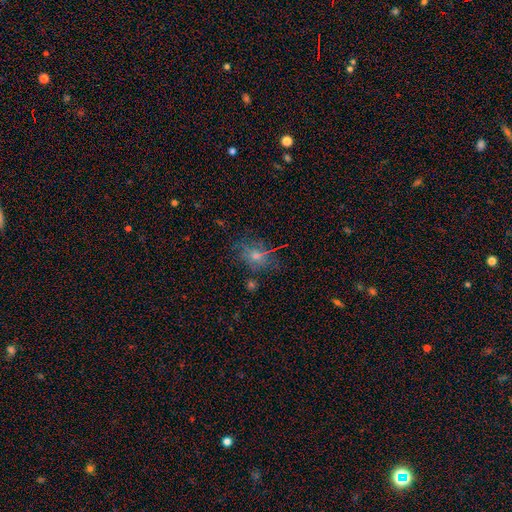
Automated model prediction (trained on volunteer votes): Q: Smooth or featured?
A: smooth (45%); runner-up: featured or disk (29%)
Q: Merging?
A: none (67%); runner-up: minor disturbance (19%)